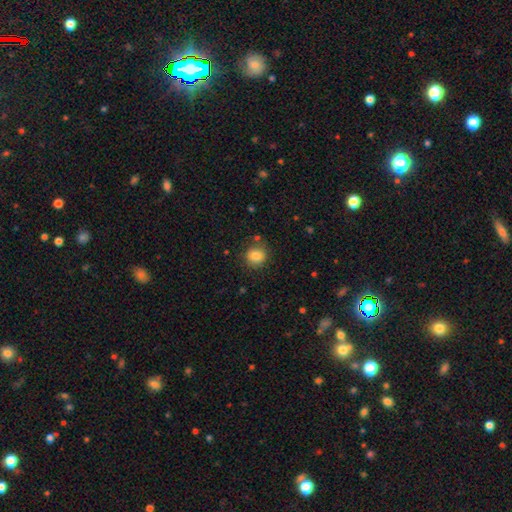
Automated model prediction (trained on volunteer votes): smooth_or_featured: smooth (p=0.84) [alt: star or artifact p=0.10]
how_rounded: round (p=0.85) [alt: in between p=0.14]
merging: none (p=0.81) [alt: minor disturbance p=0.12]